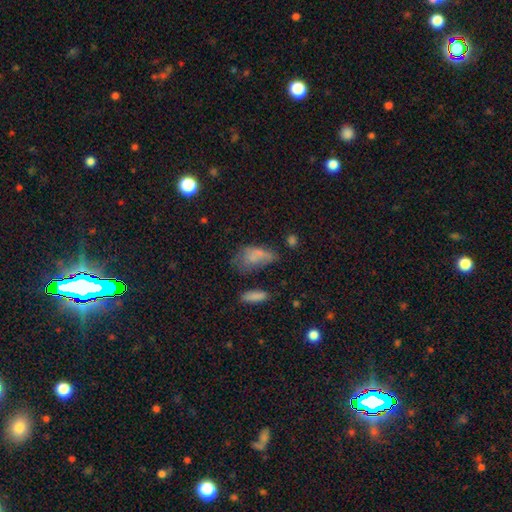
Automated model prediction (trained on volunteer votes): The model was most divided on "merging": none: 33%, minor disturbance: 28%, major disturbance: 28%, merger: 12%. More confident: how rounded — in between (86%); smooth or featured — smooth (65%).